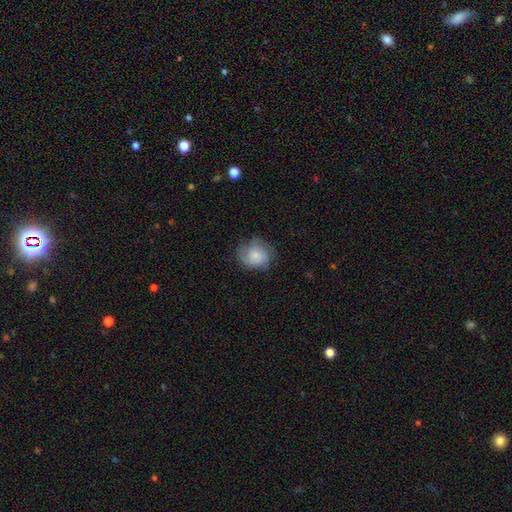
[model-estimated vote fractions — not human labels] smooth_or_featured: featured or disk (p=0.52) [alt: smooth p=0.41]
disk_edge_on: no (p=0.98) [alt: yes p=0.02]
bar: no (p=0.76) [alt: weak p=0.21]
has_spiral_arms: yes (p=0.90) [alt: no p=0.10]
bulge_size: small (p=0.46) [alt: moderate p=0.30]
merging: none (p=0.69) [alt: minor disturbance p=0.21]